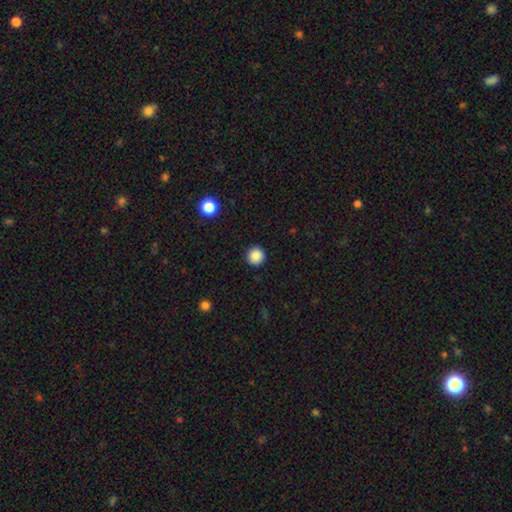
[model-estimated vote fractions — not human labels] smooth 88%, star or artifact 10%, featured or disk 3%. Down the decision tree: how rounded — round (96%); merging — none (92%).